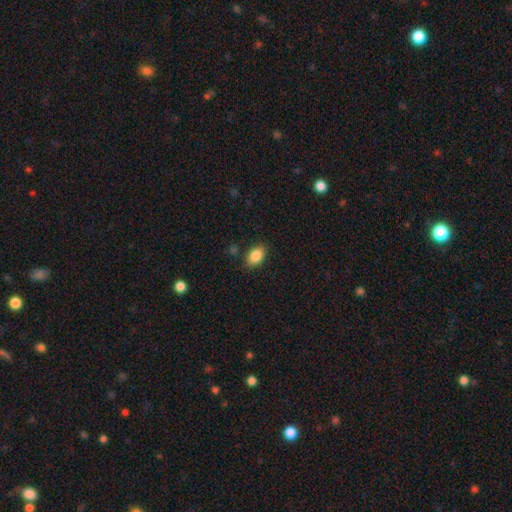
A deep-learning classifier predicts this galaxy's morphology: This appears to be a smooth galaxy with no disk features (87%) that is in between round and cigar-shaped (88%). Merging: none (84%).